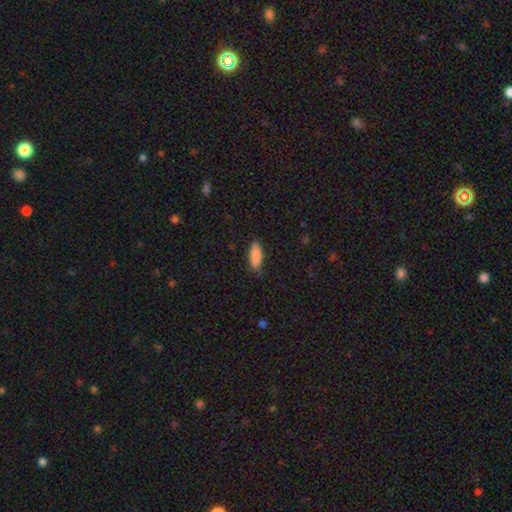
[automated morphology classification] This appears to be a smooth galaxy with no disk features (87%) that is in between round and cigar-shaped (59%). Merging: none (84%).